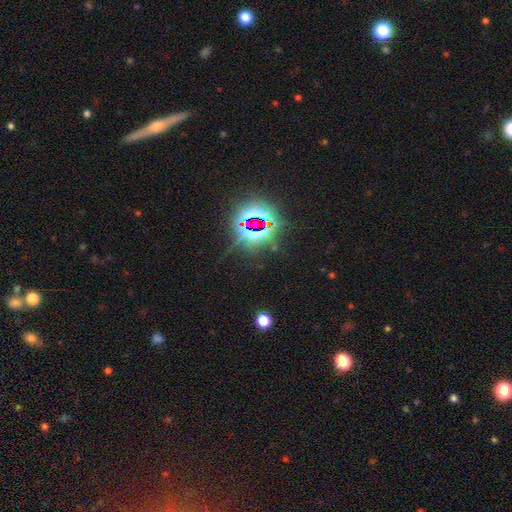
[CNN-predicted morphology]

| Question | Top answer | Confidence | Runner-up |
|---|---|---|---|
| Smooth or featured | star or artifact | 79% | smooth (11%) |